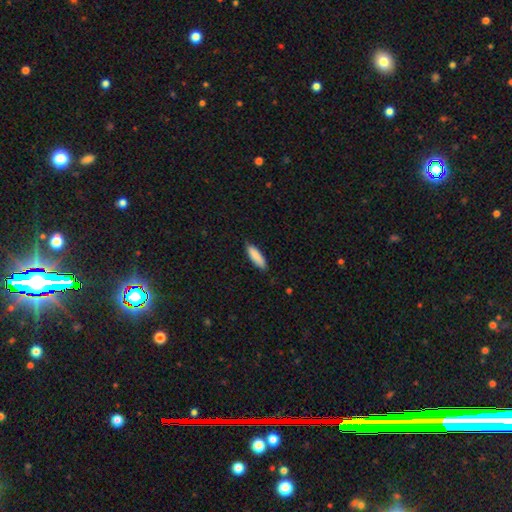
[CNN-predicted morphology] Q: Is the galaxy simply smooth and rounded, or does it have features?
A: smooth — 88%.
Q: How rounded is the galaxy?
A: cigar-shaped — 58%.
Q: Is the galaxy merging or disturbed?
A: none — 86%.